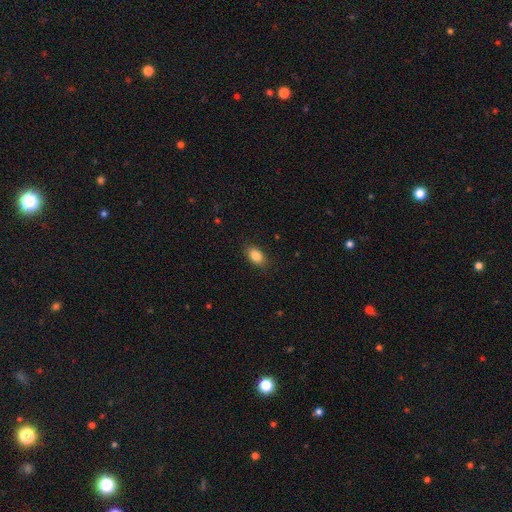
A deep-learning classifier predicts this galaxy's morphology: Q: Smooth or featured?
A: smooth (86%); runner-up: star or artifact (8%)
Q: How rounded?
A: in between (89%); runner-up: round (9%)
Q: Merging?
A: none (87%); runner-up: minor disturbance (10%)